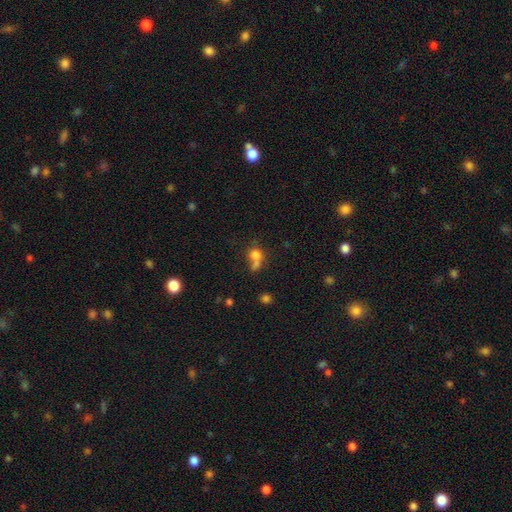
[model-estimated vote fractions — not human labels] smooth-or-featured: smooth: 74% | star or artifact: 13% | featured or disk: 12%
  how-rounded: round: 78% | in between: 20% | cigar-shaped: 1%
  merging: merger: 46% | none: 35% | minor disturbance: 11% | major disturbance: 8%